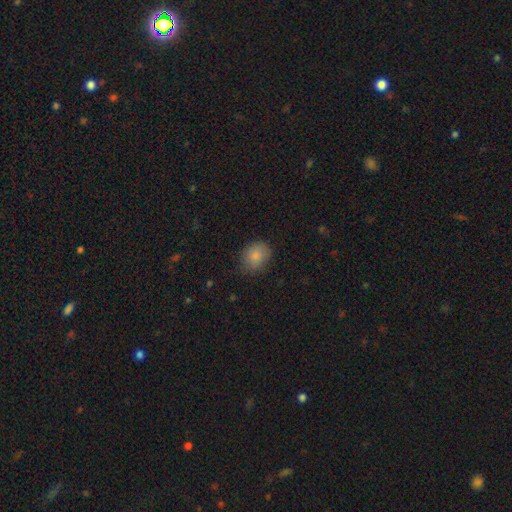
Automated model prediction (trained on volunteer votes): smooth-or-featured: smooth: 85% | star or artifact: 8% | featured or disk: 6%
  how-rounded: round: 53% | in between: 46% | cigar-shaped: 1%
  merging: none: 76% | minor disturbance: 18% | major disturbance: 4% | merger: 1%